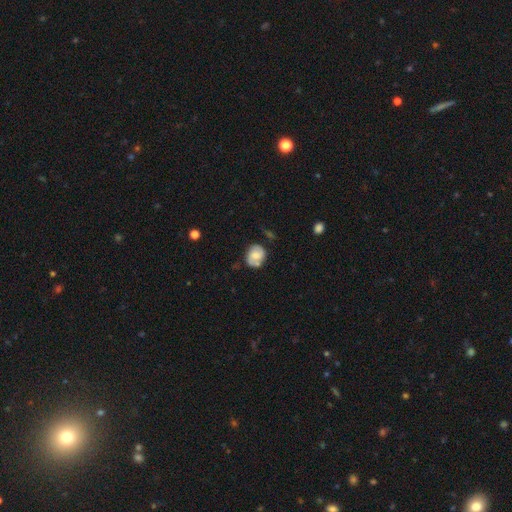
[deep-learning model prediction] The model was most divided on "smooth or featured": smooth: 50%, featured or disk: 42%, star or artifact: 8%. More confident: merging — none (61%); how rounded — round (61%).